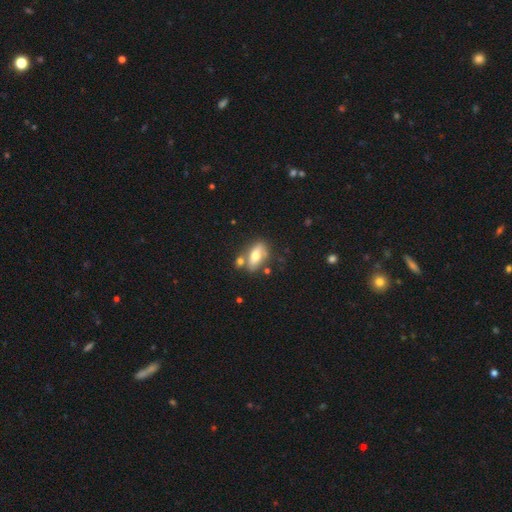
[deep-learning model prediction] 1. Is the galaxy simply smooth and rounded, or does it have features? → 58% smooth, 35% featured or disk, 7% star or artifact.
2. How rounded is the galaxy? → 79% in between, 14% cigar-shaped, 6% round.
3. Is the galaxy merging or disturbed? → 63% none, 18% merger, 15% minor disturbance, 5% major disturbance.